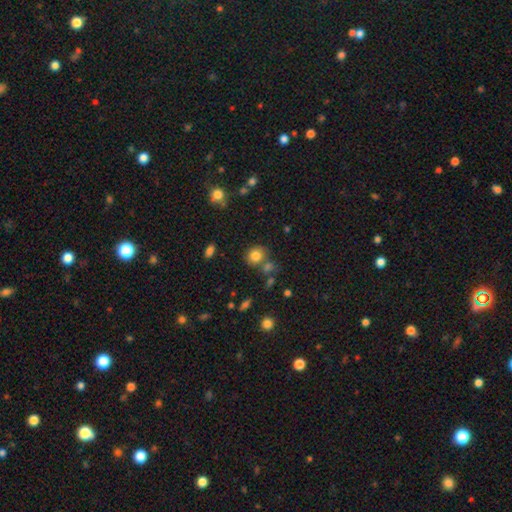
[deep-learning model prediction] This appears to be a smooth galaxy with no disk features (80%) that is round (81%). Merging: none (68%).